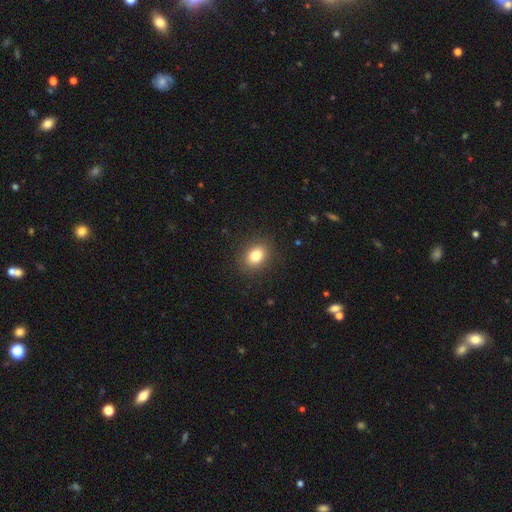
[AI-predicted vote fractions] smooth-or-featured: smooth: 82% | star or artifact: 10% | featured or disk: 8%
  how-rounded: in between: 60% | round: 39% | cigar-shaped: 1%
  merging: none: 89% | minor disturbance: 8% | major disturbance: 3% | merger: 1%